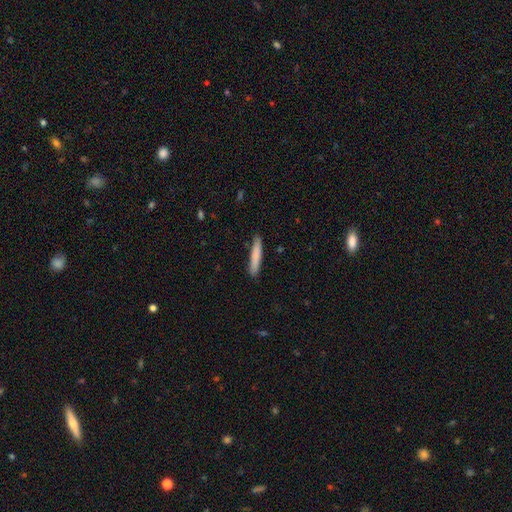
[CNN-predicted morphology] Smooth or featured? smooth (80%)
How rounded? cigar-shaped (92%)
Merging? none (87%)